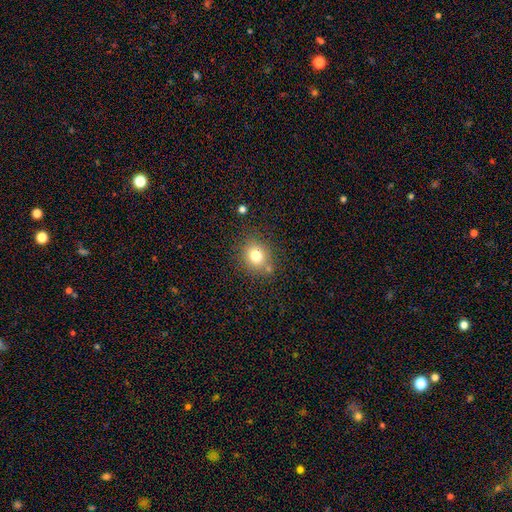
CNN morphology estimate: A smooth galaxy with no disk features (78%) that is round (73%).

Vote fractions:
- Smooth or featured? smooth: 78% / star or artifact: 13% / featured or disk: 9%
- How rounded? round: 73% / in between: 26% / cigar-shaped: 1%
- Merging? none: 76% / minor disturbance: 13% / merger: 7% / major disturbance: 4%